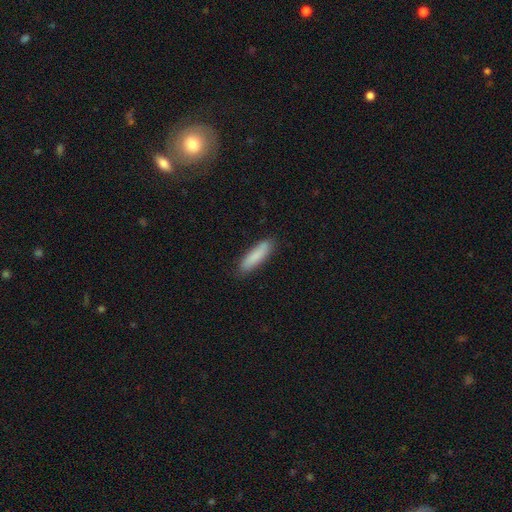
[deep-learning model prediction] A smooth galaxy with no disk features (86%) that is cigar-shaped (73%).

Vote fractions:
- Smooth or featured? smooth: 86% / featured or disk: 9% / star or artifact: 6%
- How rounded? cigar-shaped: 73% / in between: 25% / round: 1%
- Merging? none: 86% / minor disturbance: 11% / major disturbance: 2% / merger: 1%